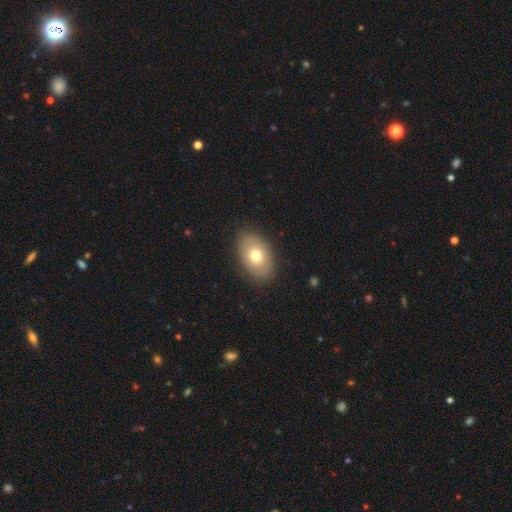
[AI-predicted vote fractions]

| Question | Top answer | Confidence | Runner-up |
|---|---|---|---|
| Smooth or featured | smooth | 69% | featured or disk (24%) |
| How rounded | in between | 87% | round (11%) |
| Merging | none | 85% | minor disturbance (11%) |